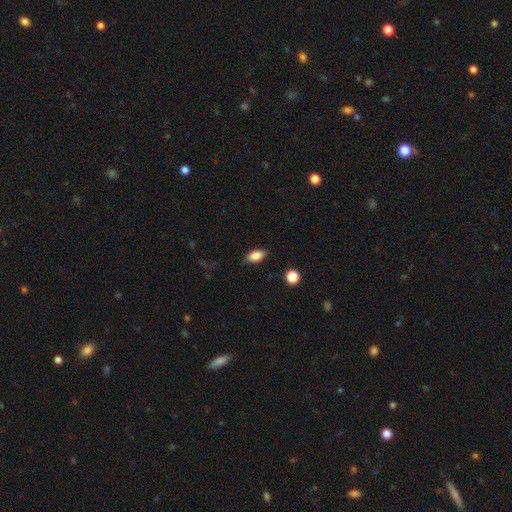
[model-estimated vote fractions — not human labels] The model was most divided on "merging": none: 85%, minor disturbance: 11%, major disturbance: 3%, merger: 1%. More confident: how rounded — in between (90%); smooth or featured — smooth (86%).